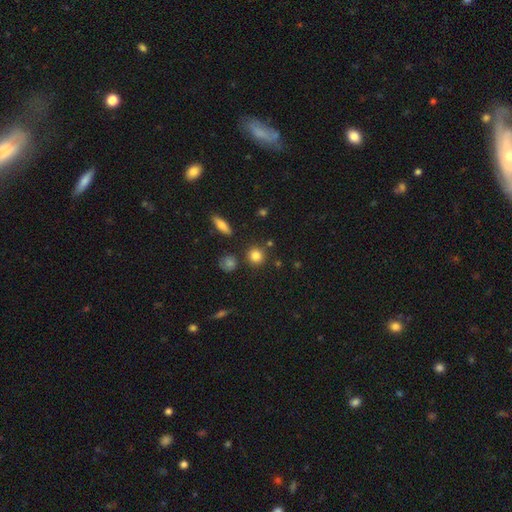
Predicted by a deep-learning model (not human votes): Q: Smooth or featured?
A: smooth (81%); runner-up: star or artifact (12%)
Q: How rounded?
A: round (88%); runner-up: in between (10%)
Q: Merging?
A: none (83%); runner-up: minor disturbance (8%)